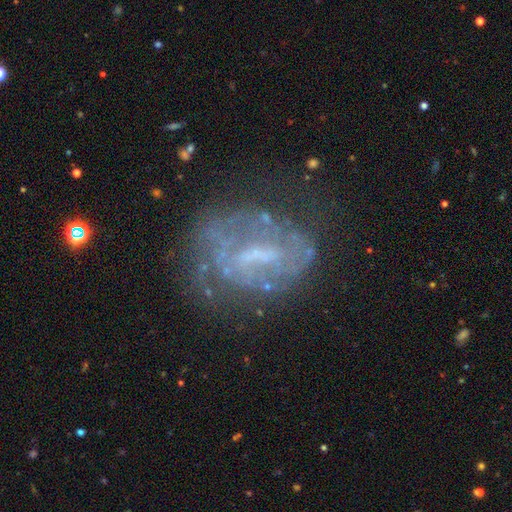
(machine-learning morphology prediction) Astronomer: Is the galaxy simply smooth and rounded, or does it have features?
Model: featured or disk — 74%.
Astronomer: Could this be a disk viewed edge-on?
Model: no — 97%.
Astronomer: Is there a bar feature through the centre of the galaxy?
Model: weak — 47% (runner-up: no, 30%).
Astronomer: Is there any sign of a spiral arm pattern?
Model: yes — 60% (runner-up: no, 40%).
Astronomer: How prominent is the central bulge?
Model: none — 41% (runner-up: small, 32%).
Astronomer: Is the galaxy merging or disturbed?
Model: none — 55%.